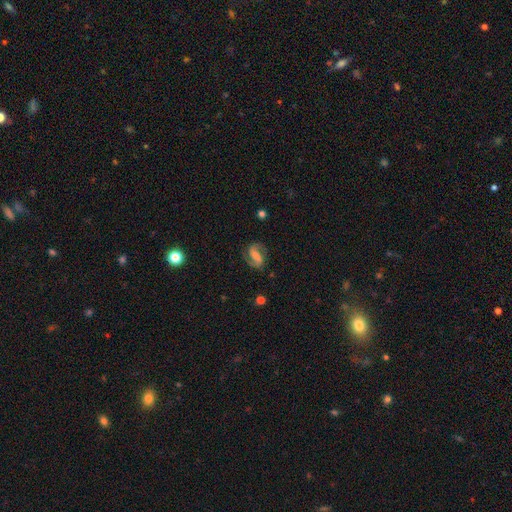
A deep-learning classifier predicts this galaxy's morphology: smooth-or-featured: featured or disk: 83% | smooth: 10% | star or artifact: 6%
  disk-edge-on: no: 97% | yes: 3%
    bar: weak: 41% | strong: 40% | no: 19%
    has-spiral-arms: yes: 96% | no: 4%
      spiral-winding: medium: 50% | loose: 32% | tight: 18%
      spiral-arm-count: 2: 92% | can't tell: 3% | 1: 2% | 3: 1% | 4: 1% | more than 4: 1%
    bulge-size: small: 39% | moderate: 37% | none: 15% | large: 7% | dominant: 2%
  merging: none: 79% | minor disturbance: 13% | major disturbance: 6% | merger: 1%